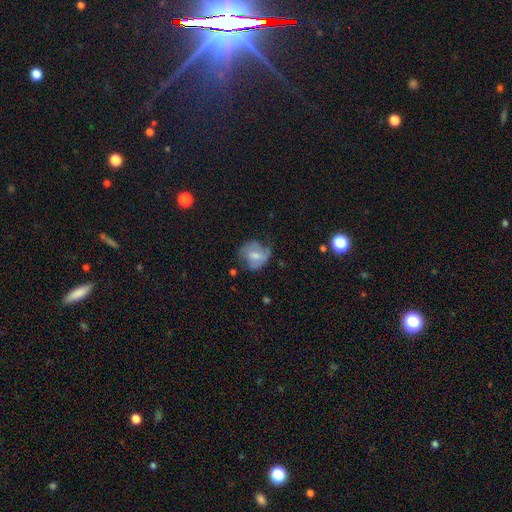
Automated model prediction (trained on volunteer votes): A smooth galaxy with no disk features (51%) that is round (66%).

Vote fractions:
- Smooth or featured? smooth: 51% / featured or disk: 41% / star or artifact: 8%
- How rounded? round: 66% / in between: 32% / cigar-shaped: 1%
- Merging? none: 49% / minor disturbance: 31% / major disturbance: 17% / merger: 3%